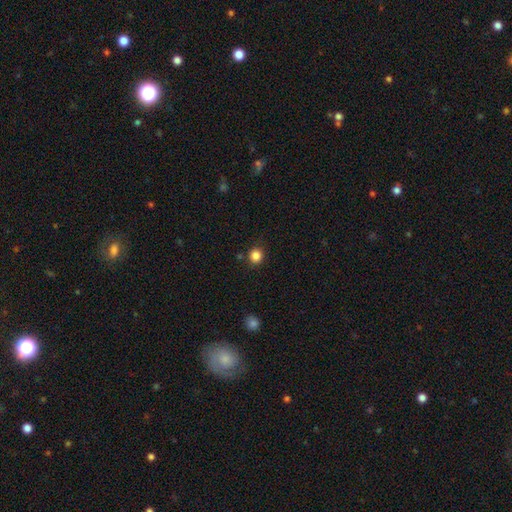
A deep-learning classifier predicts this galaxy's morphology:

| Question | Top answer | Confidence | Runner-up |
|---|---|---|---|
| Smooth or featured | smooth | 85% | star or artifact (11%) |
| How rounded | round | 88% | in between (11%) |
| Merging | none | 87% | minor disturbance (8%) |